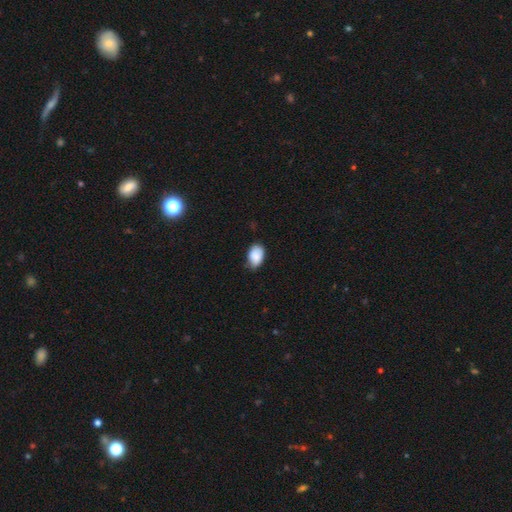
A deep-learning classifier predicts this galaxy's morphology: Q: Smooth or featured?
A: smooth (85%); runner-up: featured or disk (7%)
Q: How rounded?
A: in between (87%); runner-up: round (12%)
Q: Merging?
A: none (58%); runner-up: minor disturbance (35%)